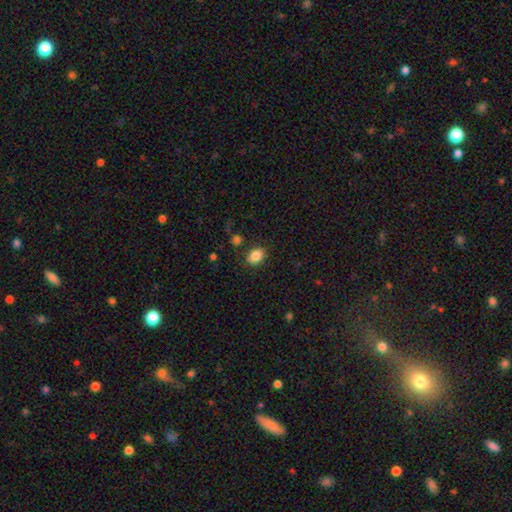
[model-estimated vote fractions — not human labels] smooth_or_featured: smooth (p=0.85) [alt: star or artifact p=0.09]
how_rounded: in between (p=0.70) [alt: round p=0.29]
merging: none (p=0.83) [alt: minor disturbance p=0.11]